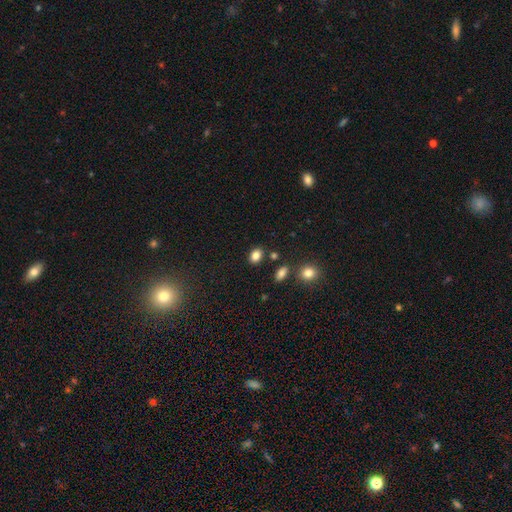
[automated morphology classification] Overall: smooth (84%). How rounded: in between (67%; round 31%). Merging: none (81%).